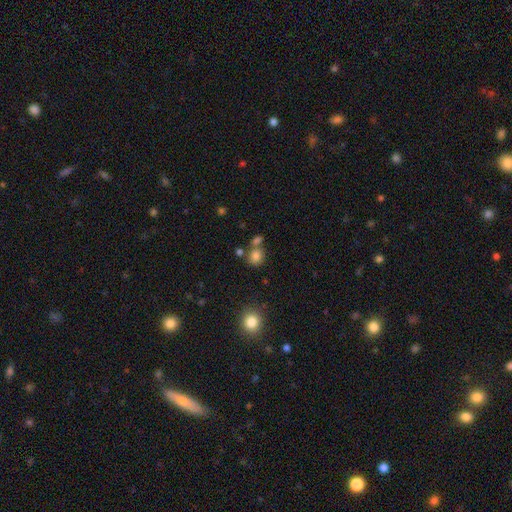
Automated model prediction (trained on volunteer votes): This is likely a smooth galaxy (80%). How rounded: likely round (74%). Merging: likely none (62%).